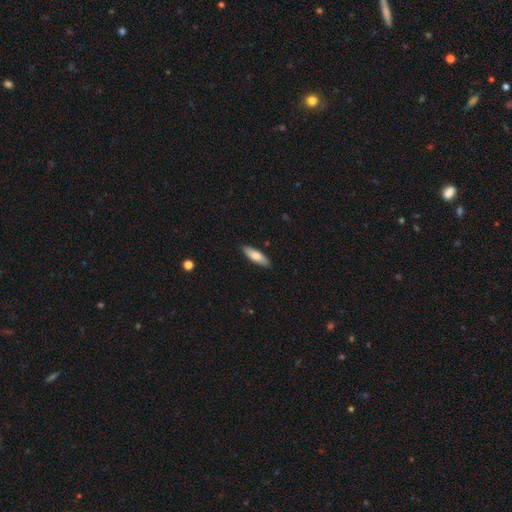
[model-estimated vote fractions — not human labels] The model was most divided on "how rounded": in between: 52%, cigar-shaped: 46%, round: 2%. More confident: merging — none (87%); smooth or featured — smooth (75%).